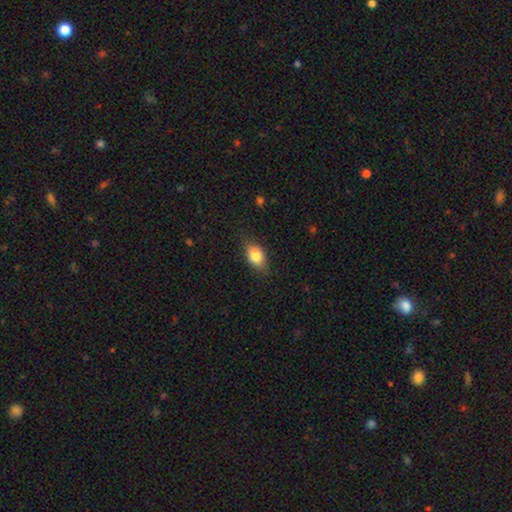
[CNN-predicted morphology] smooth-or-featured: smooth: 80% | featured or disk: 12% | star or artifact: 8%
  how-rounded: in between: 81% | round: 15% | cigar-shaped: 4%
  merging: none: 76% | minor disturbance: 19% | major disturbance: 4% | merger: 1%